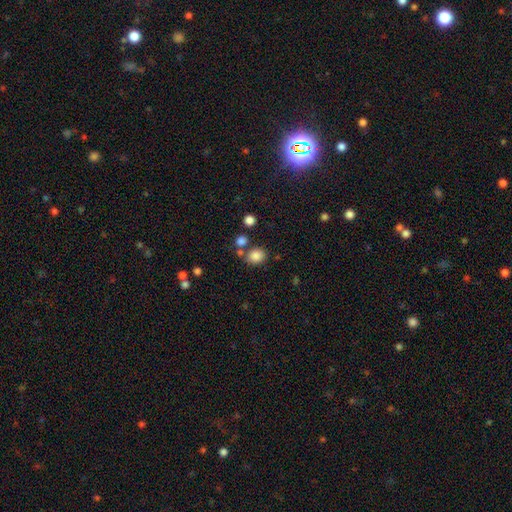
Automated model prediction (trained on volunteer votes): Smooth or featured? smooth (83%)
How rounded? round (62%)
Merging? none (69%)